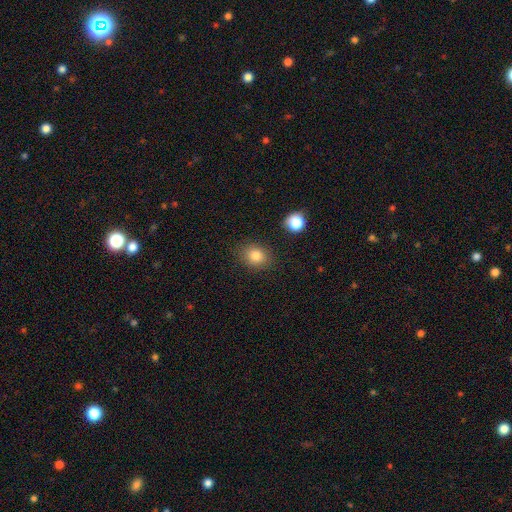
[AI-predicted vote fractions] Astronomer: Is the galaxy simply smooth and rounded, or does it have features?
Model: smooth — 83%.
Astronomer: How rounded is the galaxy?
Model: round — 52% (runner-up: in between, 47%).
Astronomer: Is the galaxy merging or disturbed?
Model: none — 83%.